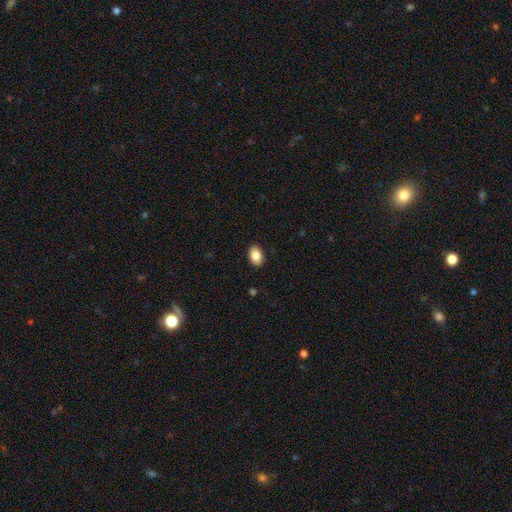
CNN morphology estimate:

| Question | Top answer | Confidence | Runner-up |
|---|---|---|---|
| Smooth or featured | smooth | 86% | star or artifact (8%) |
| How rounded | in between | 86% | round (12%) |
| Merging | none | 90% | minor disturbance (7%) |